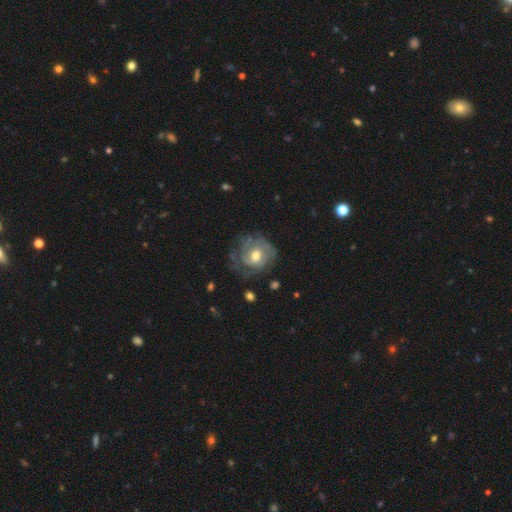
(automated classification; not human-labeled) Smooth or featured: featured or disk — 74% (smooth — 20%)
Edge-on disk: no — 97% (yes — 3%)
Bar: no — 64% (weak — 30%)
Spiral arms: yes — 81% (no — 19%)
Spiral winding: tight — 59% (medium — 30%)
Spiral arm count: can't tell — 46% (2 — 23%)
Bulge size: moderate — 71% (large — 15%)
Merging: none — 60% (minor disturbance — 23%)